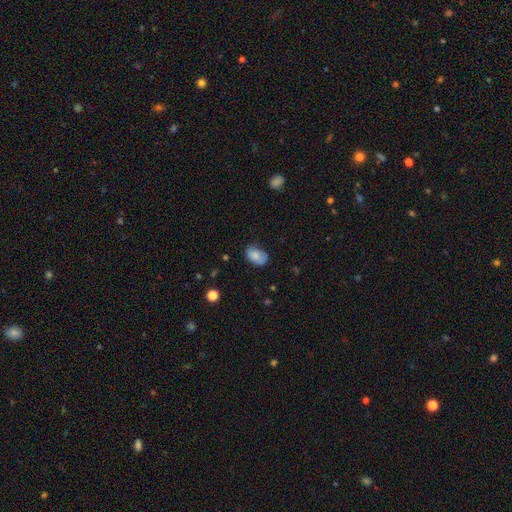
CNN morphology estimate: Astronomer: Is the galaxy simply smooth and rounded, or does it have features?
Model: smooth — 76%.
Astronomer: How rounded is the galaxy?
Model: in between — 86%.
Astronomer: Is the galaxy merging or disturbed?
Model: none — 60%.